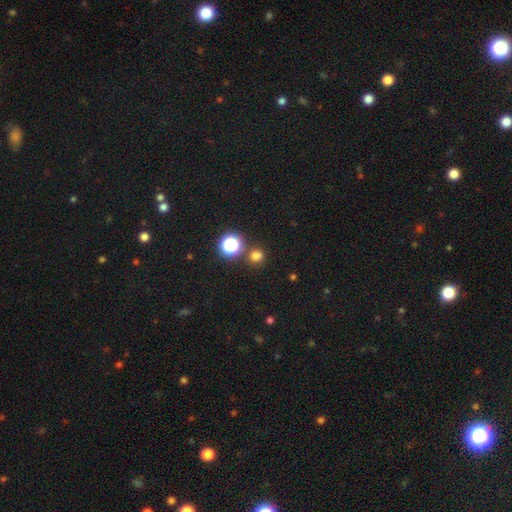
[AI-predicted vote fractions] Smooth or featured: smooth — 71% (star or artifact — 24%)
How rounded: round — 80% (in between — 19%)
Merging: none — 76% (merger — 12%)